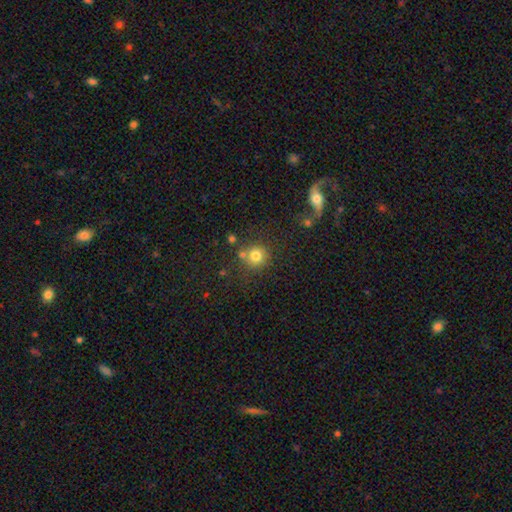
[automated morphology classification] Smooth or featured?
  - smooth: 78% *
  - star or artifact: 14%
  - featured or disk: 8%
How rounded?
  - round: 92% *
  - in between: 7%
  - cigar-shaped: 1%
Merging?
  - none: 73% *
  - merger: 13%
  - minor disturbance: 10%
  - major disturbance: 4%